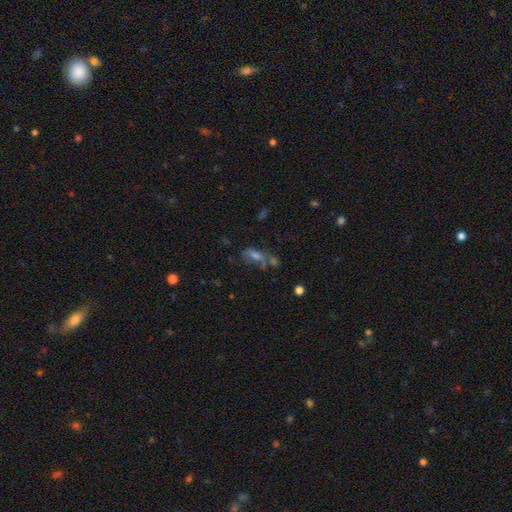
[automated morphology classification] A smooth galaxy with no disk features (43%).

Vote fractions:
- Smooth or featured? smooth: 43% / featured or disk: 34% / star or artifact: 23%
- Merging? none: 43% / merger: 24% / minor disturbance: 18% / major disturbance: 15%